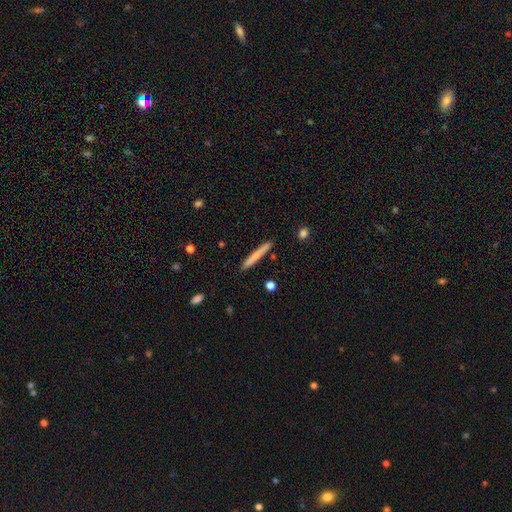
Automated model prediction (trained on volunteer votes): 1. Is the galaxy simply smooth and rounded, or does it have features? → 70% smooth, 24% featured or disk, 6% star or artifact.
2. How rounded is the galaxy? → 96% cigar-shaped, 3% in between, 1% round.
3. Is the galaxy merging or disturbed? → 88% none, 8% minor disturbance, 2% merger, 2% major disturbance.